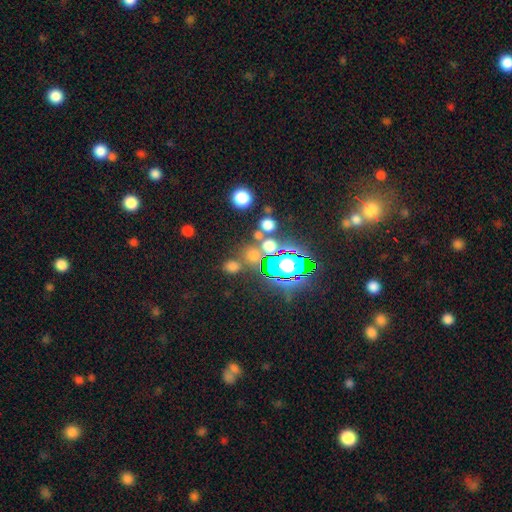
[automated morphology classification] type=star or artifact (58%).